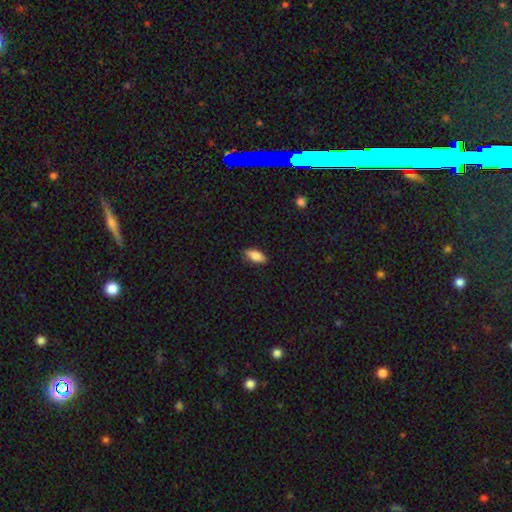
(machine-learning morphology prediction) smooth 85%, featured or disk 8%, star or artifact 7%. Down the decision tree: how rounded — in between (81%); merging — none (86%).